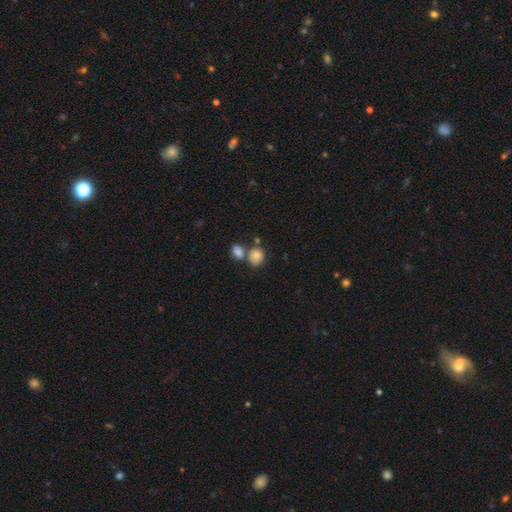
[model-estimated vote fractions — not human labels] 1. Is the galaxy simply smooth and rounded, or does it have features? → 83% smooth, 9% star or artifact, 8% featured or disk.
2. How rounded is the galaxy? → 60% round, 39% in between, 1% cigar-shaped.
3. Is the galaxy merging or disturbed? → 47% none, 36% merger, 12% minor disturbance, 4% major disturbance.